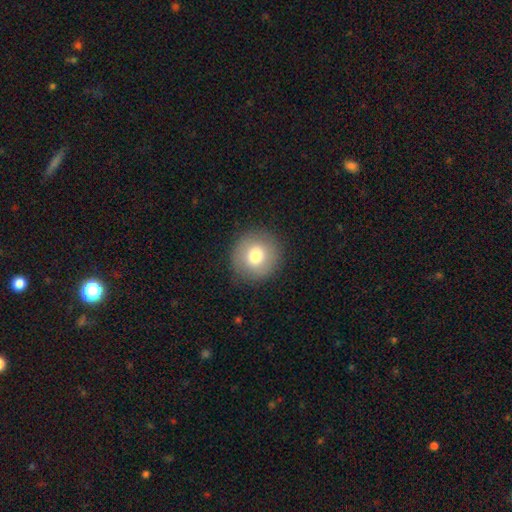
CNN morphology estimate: This appears to be a smooth galaxy with no disk features (74%) that is round (93%). Merging: none (88%).